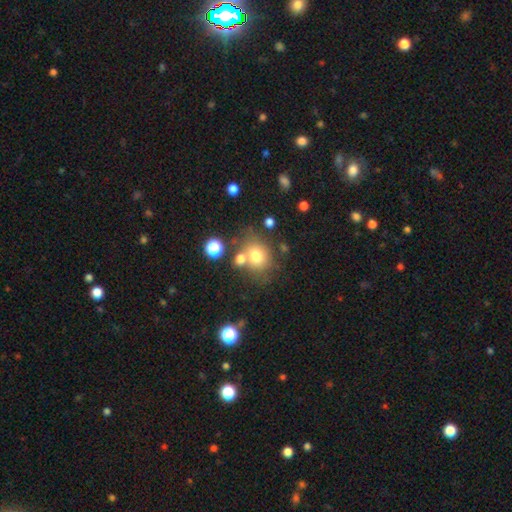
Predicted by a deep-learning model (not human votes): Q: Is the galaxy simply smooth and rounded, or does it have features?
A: smooth — 73%.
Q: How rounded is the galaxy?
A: round — 69%.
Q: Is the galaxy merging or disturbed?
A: none — 57%.